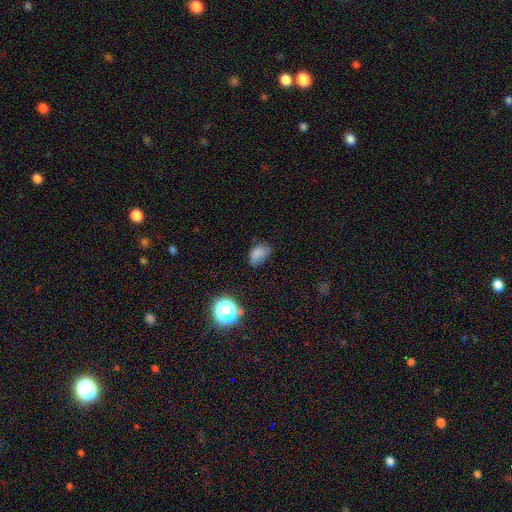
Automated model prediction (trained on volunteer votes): Q: Smooth or featured?
A: smooth (68%); runner-up: star or artifact (23%)
Q: How rounded?
A: in between (77%); runner-up: round (21%)
Q: Merging?
A: none (71%); runner-up: minor disturbance (21%)